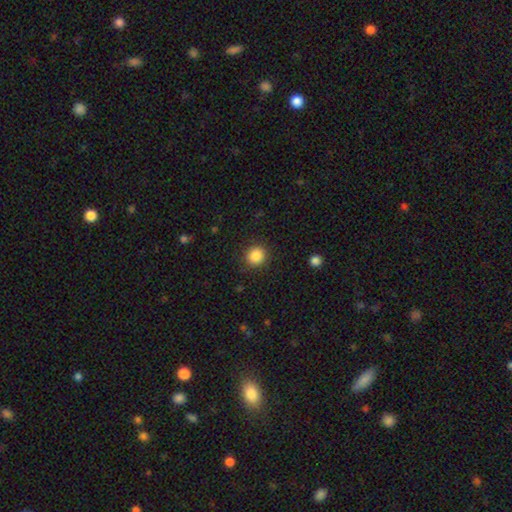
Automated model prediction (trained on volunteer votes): Q: Smooth or featured?
A: smooth (86%); runner-up: star or artifact (10%)
Q: How rounded?
A: round (90%); runner-up: in between (9%)
Q: Merging?
A: none (89%); runner-up: minor disturbance (8%)